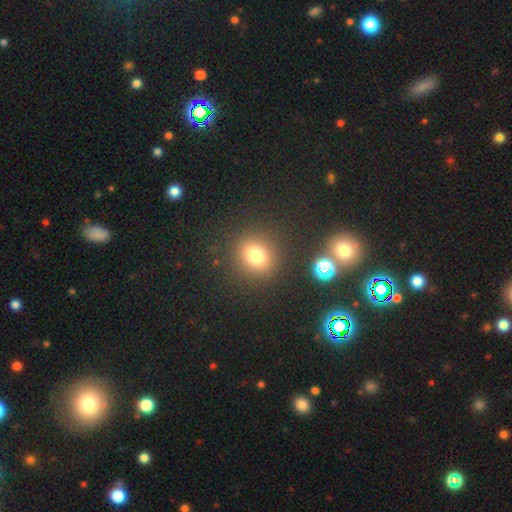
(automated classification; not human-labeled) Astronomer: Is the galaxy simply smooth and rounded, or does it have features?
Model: smooth — 76%.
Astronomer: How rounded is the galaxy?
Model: round — 76%.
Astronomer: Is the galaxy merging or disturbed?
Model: none — 87%.